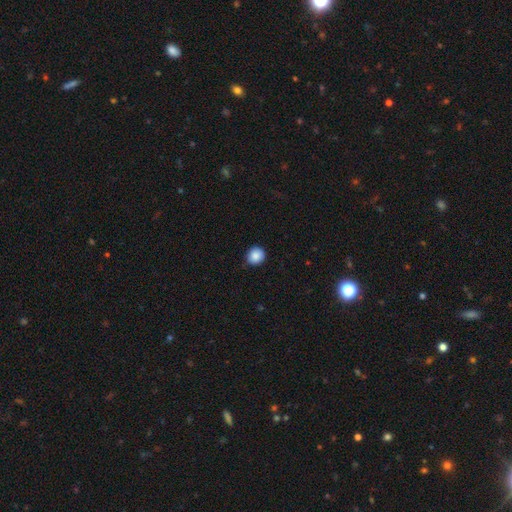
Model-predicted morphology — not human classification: The model was most divided on "how rounded": round: 84%, in between: 15%, cigar-shaped: 1%. More confident: smooth or featured — smooth (88%); merging — none (85%).